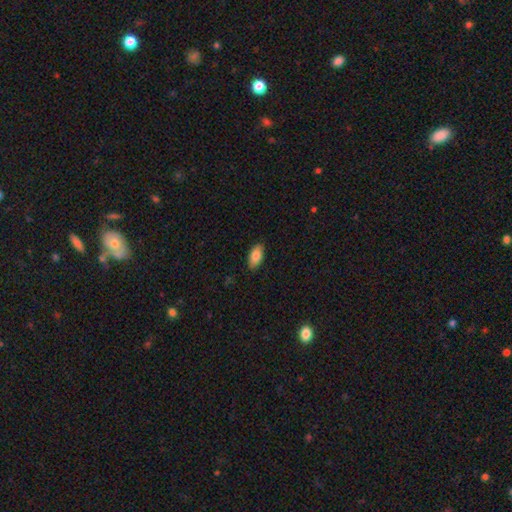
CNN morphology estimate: smooth_or_featured: smooth (p=0.86) [alt: featured or disk p=0.08]
how_rounded: in between (p=0.91) [alt: cigar-shaped p=0.06]
merging: none (p=0.86) [alt: minor disturbance p=0.11]